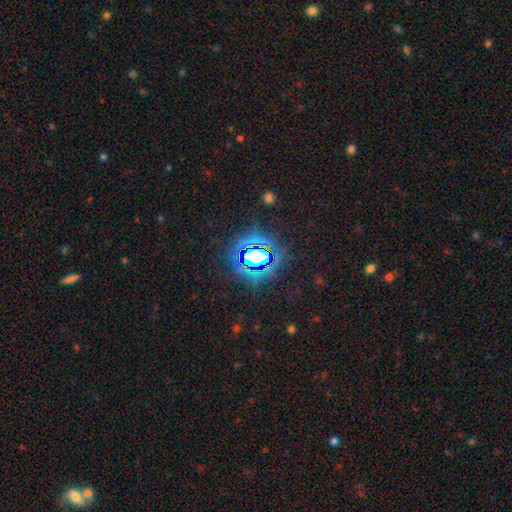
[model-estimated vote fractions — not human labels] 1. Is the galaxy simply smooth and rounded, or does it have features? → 74% star or artifact, 16% smooth, 10% featured or disk.